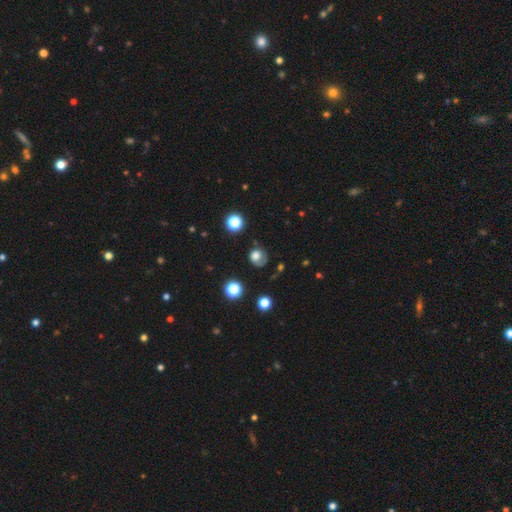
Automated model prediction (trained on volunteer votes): Smooth or featured: smooth — 66% (featured or disk — 20%)
How rounded: round — 77% (in between — 22%)
Merging: none — 57% (minor disturbance — 23%)